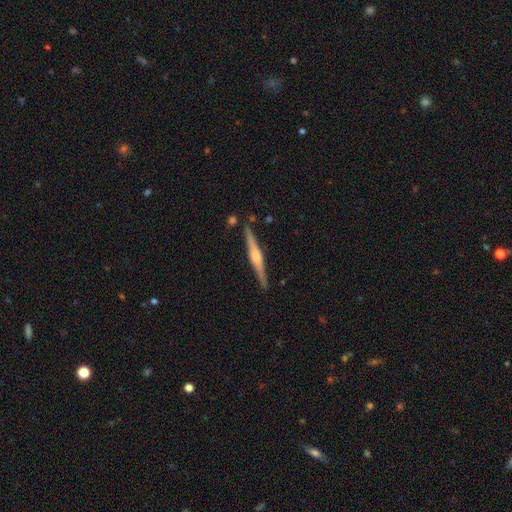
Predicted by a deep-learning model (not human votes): smooth_or_featured: featured or disk (p=0.76) [alt: smooth p=0.19]
disk_edge_on: yes (p=0.98) [alt: no p=0.02]
edge_on_bulge: rounded (p=0.70) [alt: boxy p=0.23]
merging: none (p=0.88) [alt: minor disturbance p=0.08]